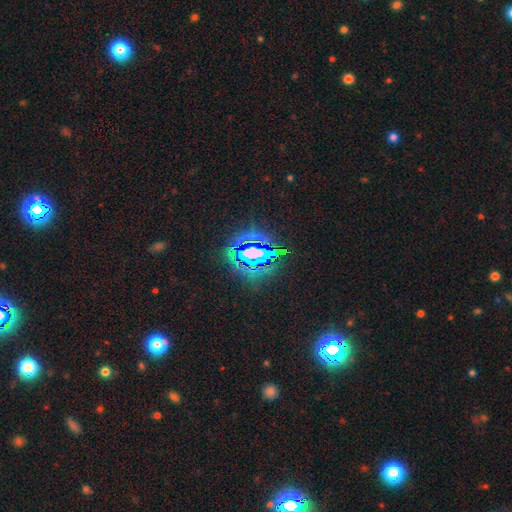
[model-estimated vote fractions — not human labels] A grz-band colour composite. It shows a star or artifact, not a galaxy (72%).